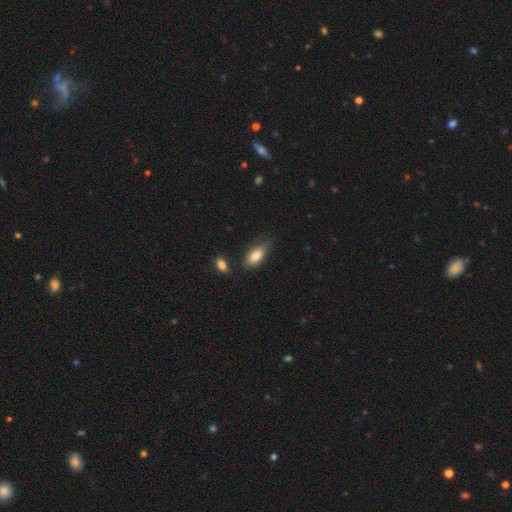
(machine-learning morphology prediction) Smooth or featured: smooth — 80% (featured or disk — 13%)
How rounded: in between — 84% (cigar-shaped — 13%)
Merging: none — 62% (minor disturbance — 27%)